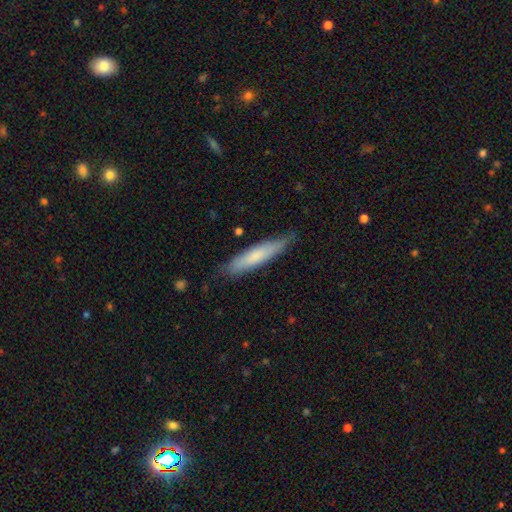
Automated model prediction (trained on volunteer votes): Smooth or featured?
  - smooth: 71% *
  - featured or disk: 24%
  - star or artifact: 5%
How rounded?
  - cigar-shaped: 87% *
  - in between: 12%
  - round: 1%
Merging?
  - none: 79% *
  - minor disturbance: 17%
  - major disturbance: 3%
  - merger: 1%